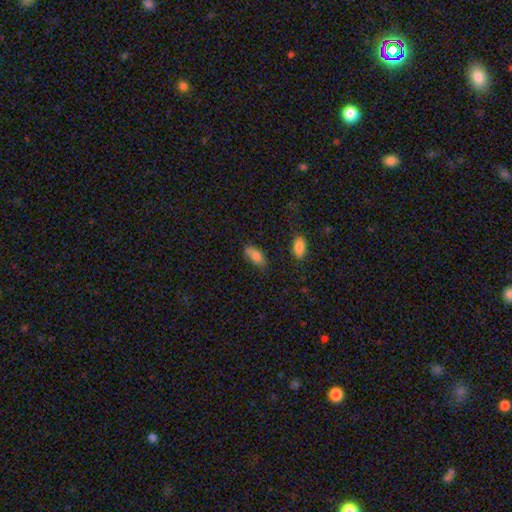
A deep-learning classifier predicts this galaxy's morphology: smooth-or-featured: smooth: 80% | featured or disk: 11% | star or artifact: 9%
  how-rounded: in between: 87% | cigar-shaped: 8% | round: 5%
  merging: none: 50% | minor disturbance: 29% | merger: 13% | major disturbance: 9%